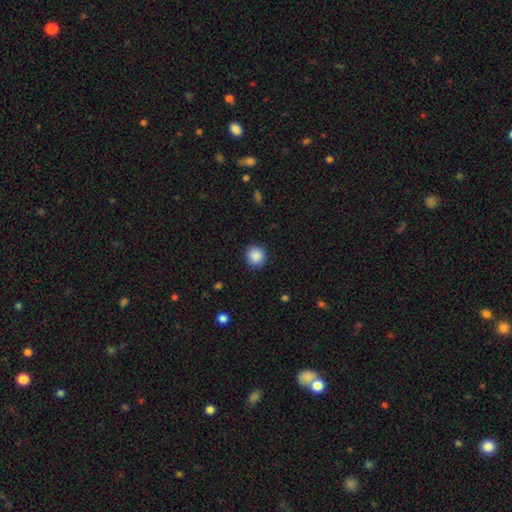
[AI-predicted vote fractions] Morphology: type=smooth (89%); roundness=round (93%); merging=none (90%).